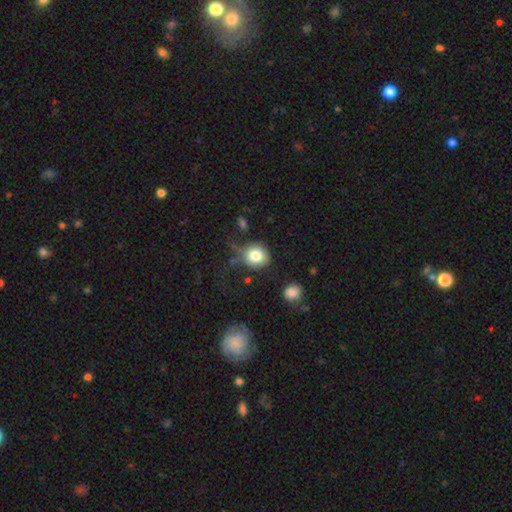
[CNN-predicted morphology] Smooth or featured: smooth — 80% (star or artifact — 10%)
How rounded: round — 84% (in between — 15%)
Merging: none — 59% (minor disturbance — 23%)